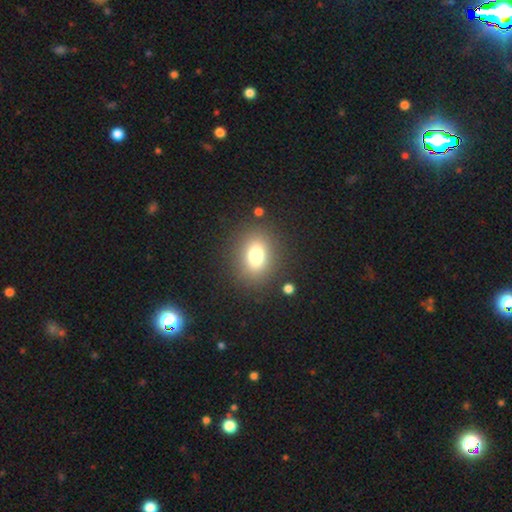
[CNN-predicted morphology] smooth-or-featured: smooth: 75% | star or artifact: 13% | featured or disk: 12%
  how-rounded: in between: 54% | round: 44% | cigar-shaped: 2%
  merging: none: 85% | minor disturbance: 8% | major disturbance: 4% | merger: 3%